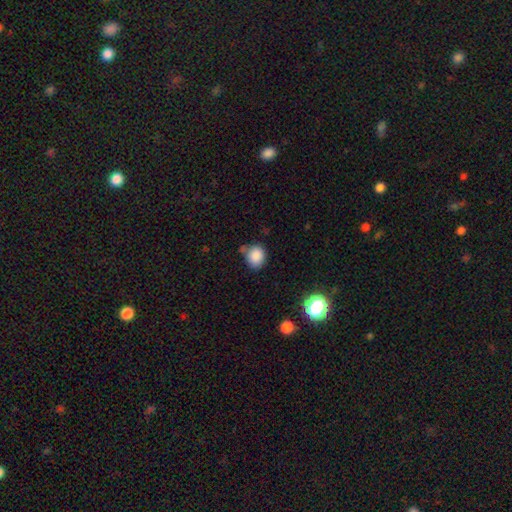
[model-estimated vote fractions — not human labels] A smooth galaxy with no disk features (86%) that is round (70%). Merging: none (65%).